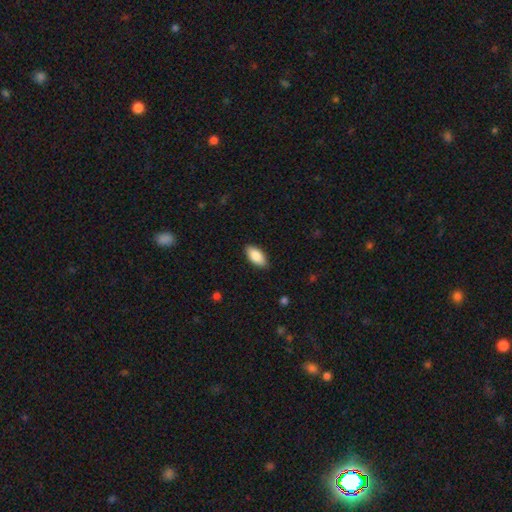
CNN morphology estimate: smooth-or-featured: smooth: 87% | featured or disk: 7% | star or artifact: 6%
  how-rounded: in between: 92% | cigar-shaped: 5% | round: 2%
  merging: none: 88% | minor disturbance: 9% | major disturbance: 2% | merger: 1%